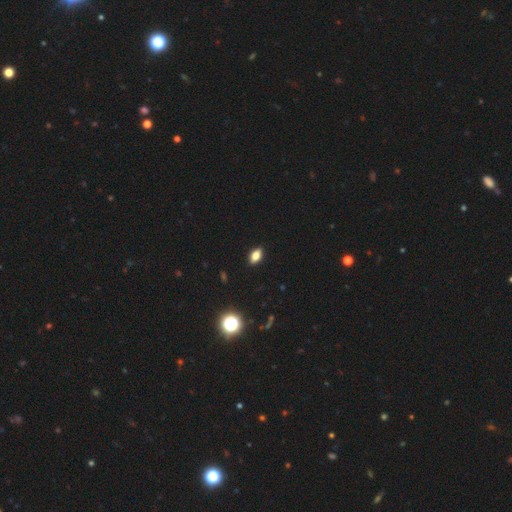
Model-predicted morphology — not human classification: This is likely a smooth galaxy (77%). How rounded: clearly in between (86%). Merging: clearly none (89%).